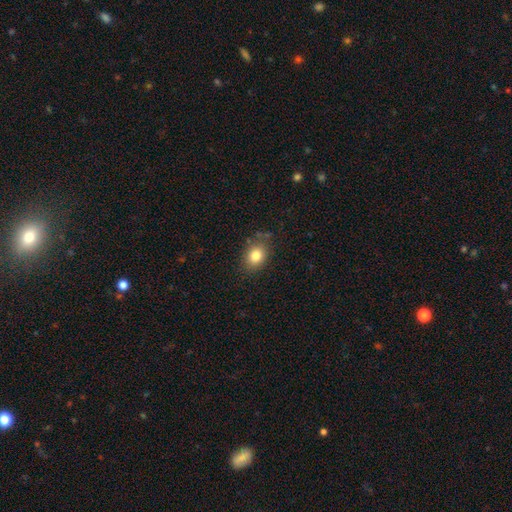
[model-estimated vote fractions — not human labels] Smooth or featured: smooth — 82% (star or artifact — 10%)
How rounded: in between — 57% (round — 42%)
Merging: none — 78% (minor disturbance — 15%)